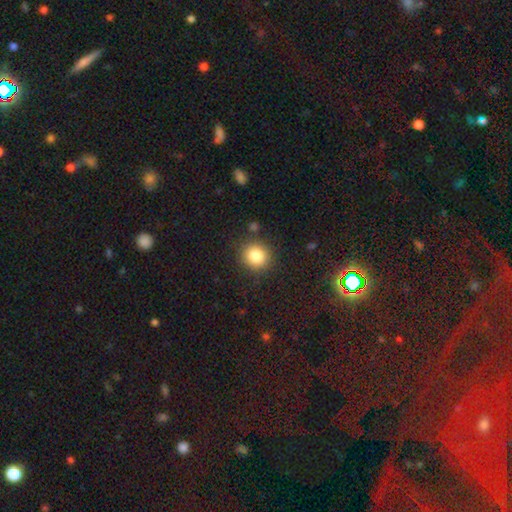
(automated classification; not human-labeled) smooth_or_featured: smooth (p=0.83) [alt: star or artifact p=0.11]
how_rounded: round (p=0.88) [alt: in between p=0.11]
merging: none (p=0.87) [alt: minor disturbance p=0.08]